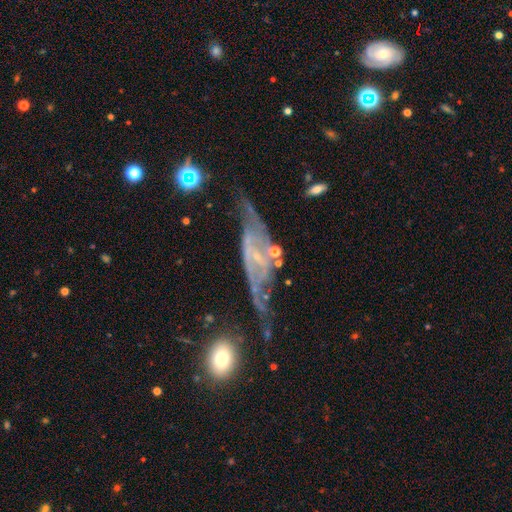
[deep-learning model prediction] featured or disk 84%, smooth 9%, star or artifact 7%. Down the decision tree: edge-on disk — no (78%); bar — weak (40%); spiral arms — yes (86%); spiral arm count — 2 (81%); spiral winding — medium (40%); bulge size — small (68%); merging — none (51%).